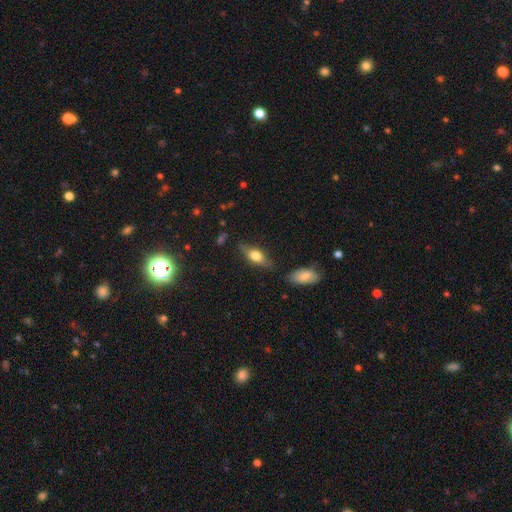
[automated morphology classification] Smooth or featured: smooth — 57% (featured or disk — 35%)
How rounded: in between — 66% (cigar-shaped — 29%)
Merging: none — 77% (minor disturbance — 15%)